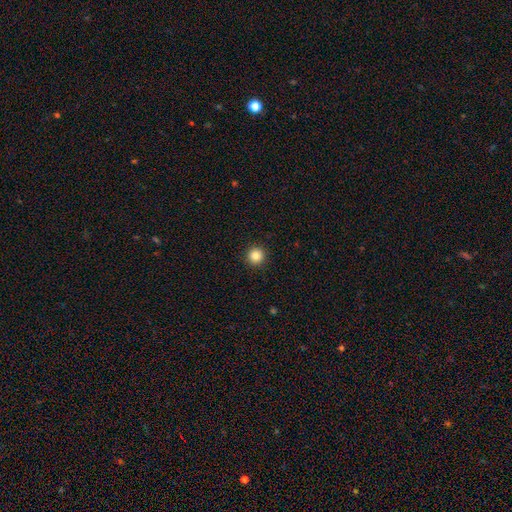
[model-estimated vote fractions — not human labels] Smooth or featured: smooth — 85% (star or artifact — 11%)
How rounded: round — 96% (in between — 3%)
Merging: none — 93% (minor disturbance — 4%)